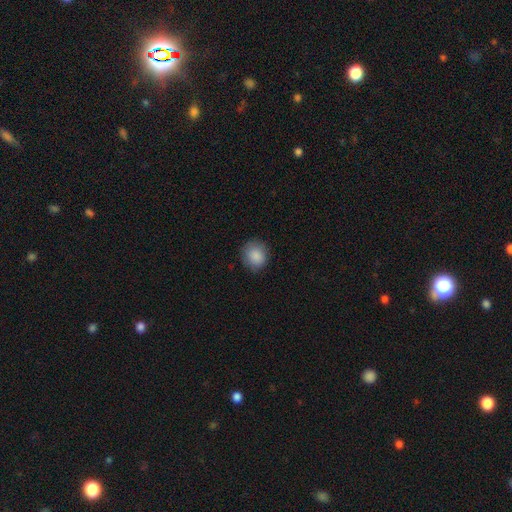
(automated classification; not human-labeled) Smooth or featured?
  - smooth: 88% *
  - star or artifact: 7%
  - featured or disk: 4%
How rounded?
  - round: 84% *
  - in between: 15%
  - cigar-shaped: 1%
Merging?
  - none: 83% *
  - minor disturbance: 13%
  - major disturbance: 3%
  - merger: 1%